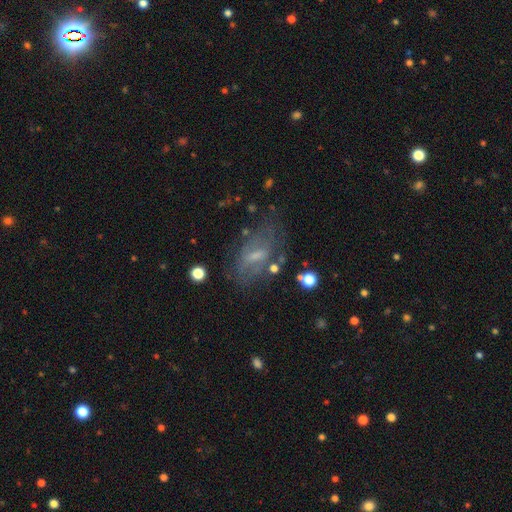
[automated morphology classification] Smooth or featured?
  - featured or disk: 54% *
  - smooth: 29%
  - star or artifact: 16%
Edge-on disk?
  - no: 87% *
  - yes: 13%
Merging?
  - none: 56% *
  - minor disturbance: 22%
  - major disturbance: 17%
  - merger: 5%